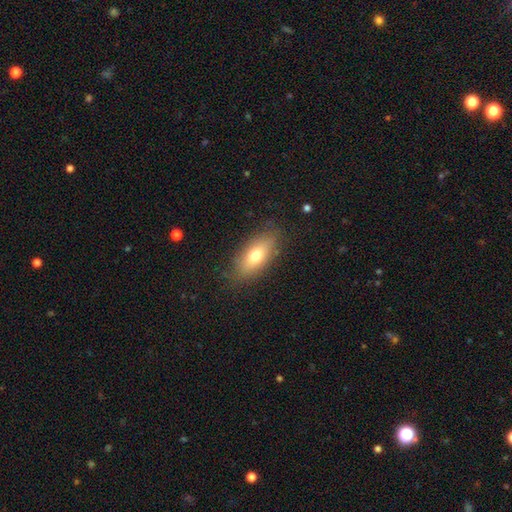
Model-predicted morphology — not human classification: Smooth or featured? smooth (71%)
How rounded? in between (83%)
Merging? none (82%)